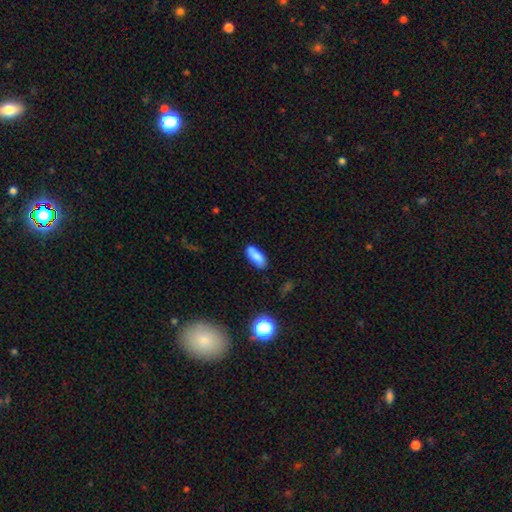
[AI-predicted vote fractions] Morphology: type=smooth (85%); roundness=in between (81%); merging=none (81%).